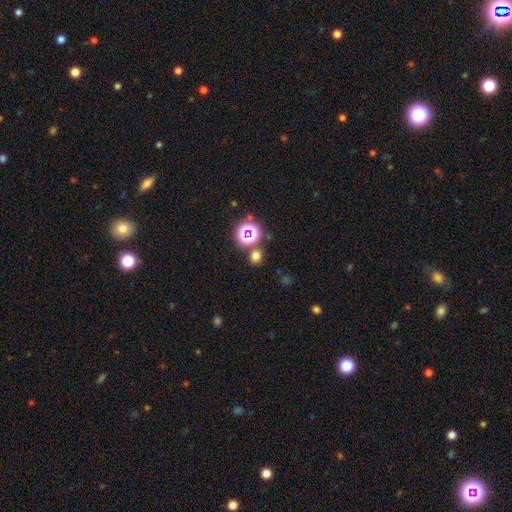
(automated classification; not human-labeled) The model was most divided on "smooth or featured": smooth: 66%, star or artifact: 28%, featured or disk: 6%. More confident: merging — none (78%); how rounded — round (75%).